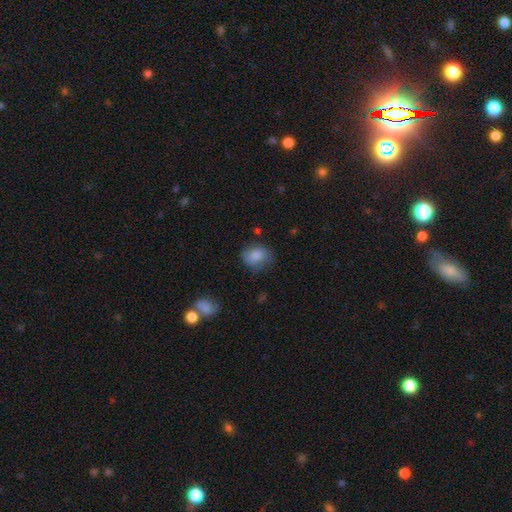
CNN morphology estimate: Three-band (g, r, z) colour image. It shows a smooth galaxy with no disk features (83%) that is round (55%). Merging: none (64%).